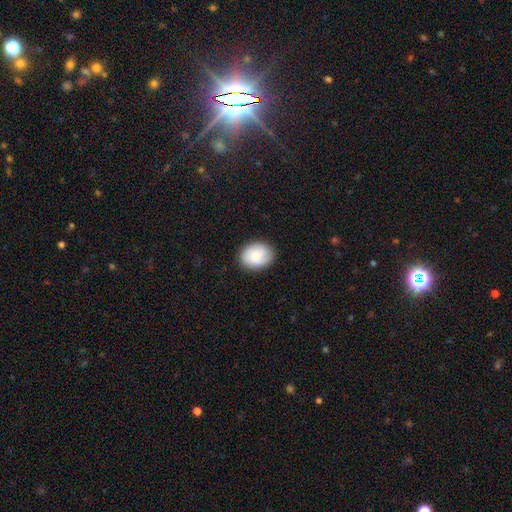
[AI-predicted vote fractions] Smooth or featured?
  - smooth: 76% *
  - featured or disk: 17%
  - star or artifact: 7%
How rounded?
  - in between: 54% *
  - round: 45%
  - cigar-shaped: 1%
Merging?
  - none: 87% *
  - minor disturbance: 10%
  - major disturbance: 2%
  - merger: 1%